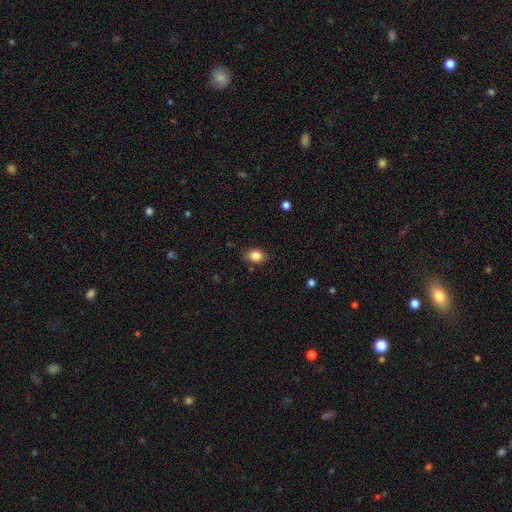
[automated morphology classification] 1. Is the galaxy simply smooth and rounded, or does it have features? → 85% smooth, 9% star or artifact, 6% featured or disk.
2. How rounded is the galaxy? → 68% in between, 30% round, 1% cigar-shaped.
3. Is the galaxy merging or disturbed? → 80% none, 15% minor disturbance, 3% major disturbance, 2% merger.